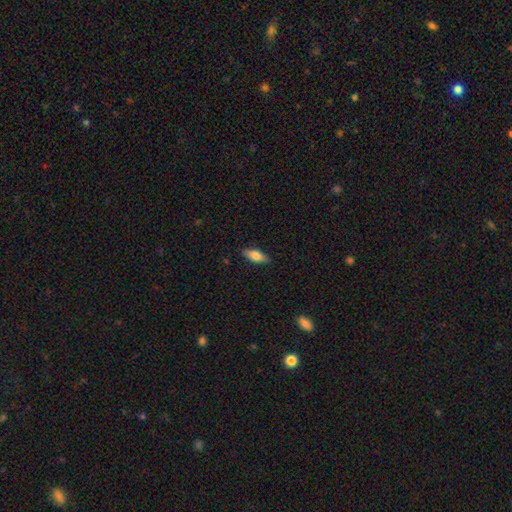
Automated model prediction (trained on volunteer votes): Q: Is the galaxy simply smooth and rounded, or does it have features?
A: smooth — 68%.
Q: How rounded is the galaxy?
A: in between — 70%.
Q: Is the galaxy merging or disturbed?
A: none — 87%.